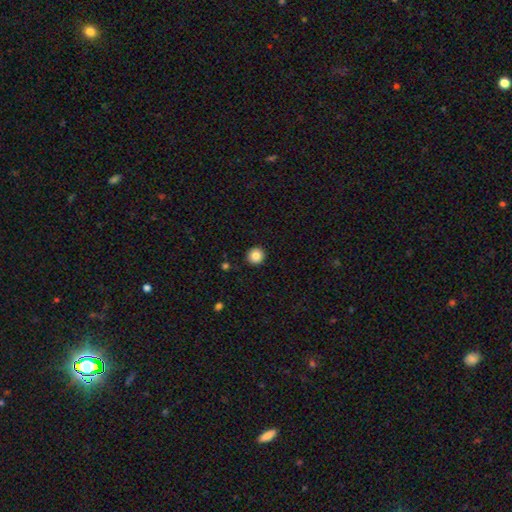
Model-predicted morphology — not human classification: Smooth or featured: smooth — 85% (star or artifact — 10%)
How rounded: round — 95% (in between — 4%)
Merging: none — 93% (minor disturbance — 4%)